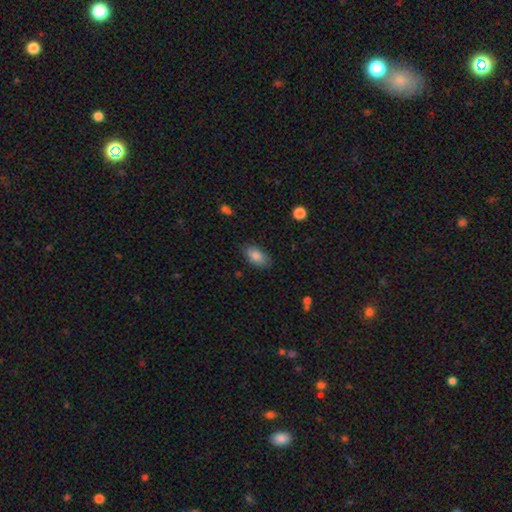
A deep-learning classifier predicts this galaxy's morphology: A smooth galaxy with no disk features (86%) that is in between round and cigar-shaped (92%). Merging: none (84%).